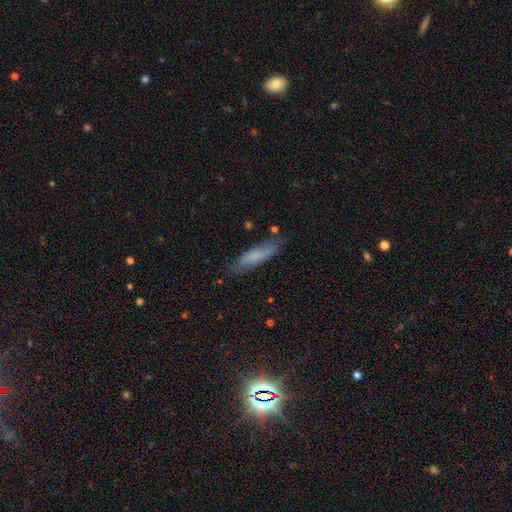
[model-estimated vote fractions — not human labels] A smooth galaxy with no disk features (70%) that is cigar-shaped (75%).

Vote fractions:
- Smooth or featured? smooth: 70% / featured or disk: 22% / star or artifact: 7%
- How rounded? cigar-shaped: 75% / in between: 24% / round: 2%
- Merging? none: 76% / minor disturbance: 18% / major disturbance: 4% / merger: 2%